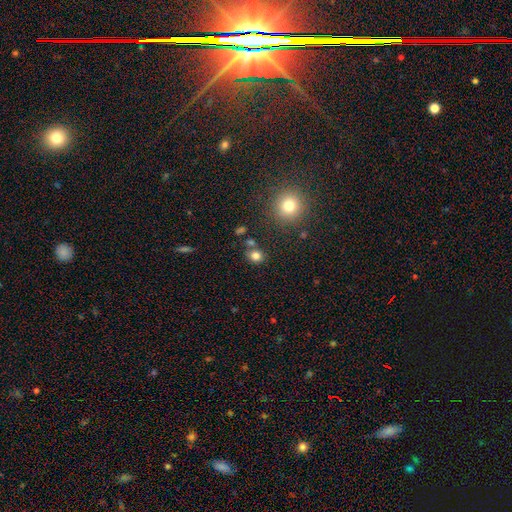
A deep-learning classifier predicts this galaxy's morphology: Overall: smooth (80%). How rounded: round (73%). Merging: none (75%).